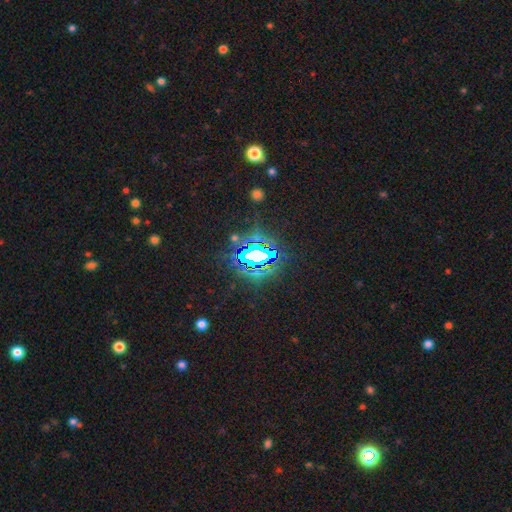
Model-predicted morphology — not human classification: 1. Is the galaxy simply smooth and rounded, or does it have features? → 75% star or artifact, 13% smooth, 11% featured or disk.